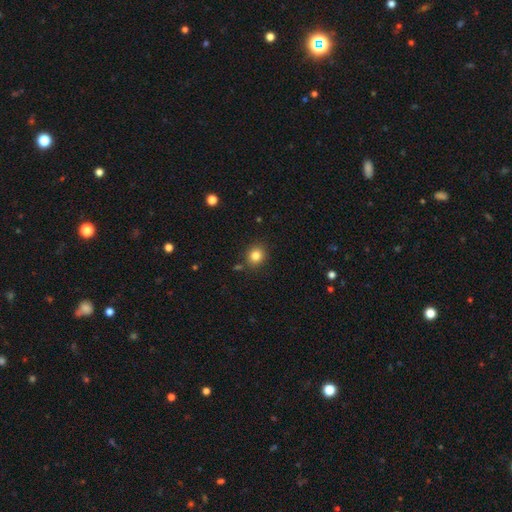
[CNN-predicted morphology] Smooth or featured?
  - smooth: 82% *
  - star or artifact: 12%
  - featured or disk: 6%
How rounded?
  - round: 83% *
  - in between: 16%
  - cigar-shaped: 1%
Merging?
  - none: 86% *
  - minor disturbance: 8%
  - merger: 3%
  - major disturbance: 2%